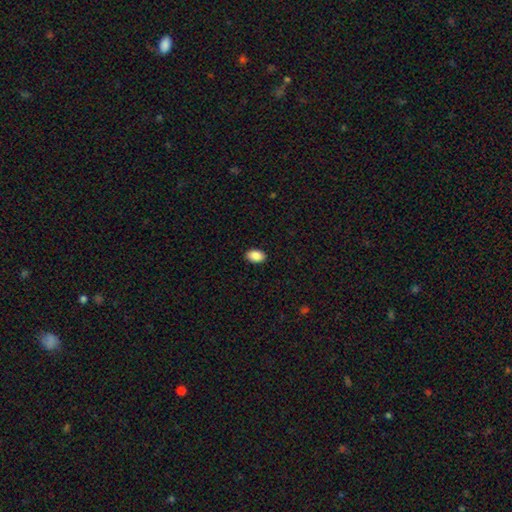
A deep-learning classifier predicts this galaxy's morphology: This is clearly a smooth galaxy (89%). How rounded: clearly in between (89%). Merging: clearly none (90%).